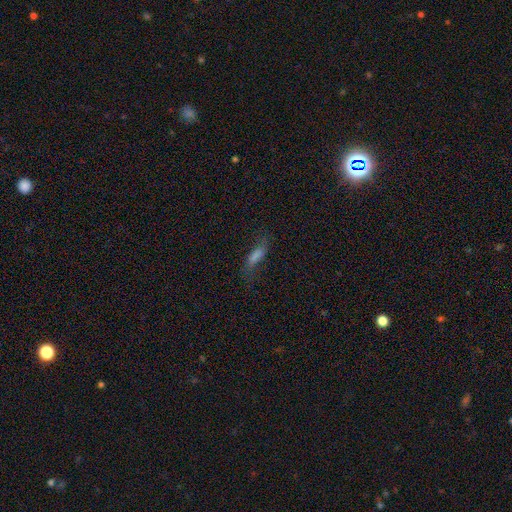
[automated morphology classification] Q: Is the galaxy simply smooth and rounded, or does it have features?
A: smooth — 50%.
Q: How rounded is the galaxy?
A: cigar-shaped — 55%.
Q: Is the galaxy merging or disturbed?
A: none — 58%.